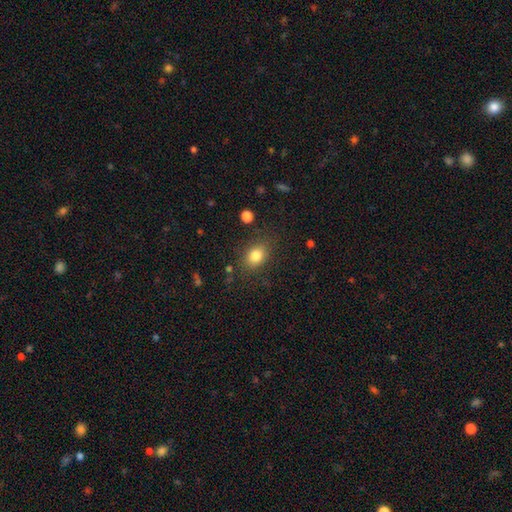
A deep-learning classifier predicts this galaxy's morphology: Smooth or featured? Predicted: smooth (p=0.82). How rounded? Predicted: in between (p=0.64). Merging? Predicted: none (p=0.81).